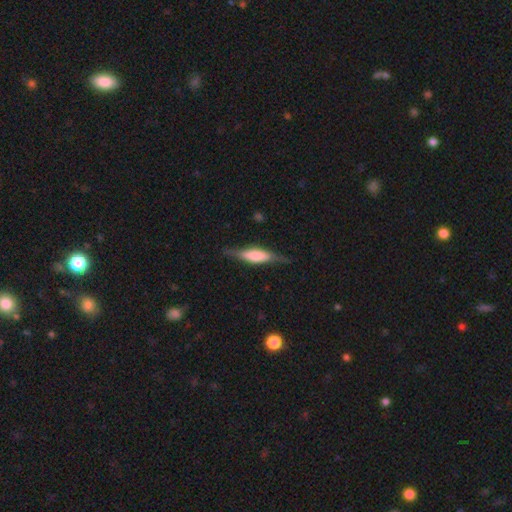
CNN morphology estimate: smooth-or-featured: featured or disk: 52% | smooth: 41% | star or artifact: 6%
  disk-edge-on: yes: 93% | no: 7%
  merging: none: 77% | minor disturbance: 17% | major disturbance: 5% | merger: 1%